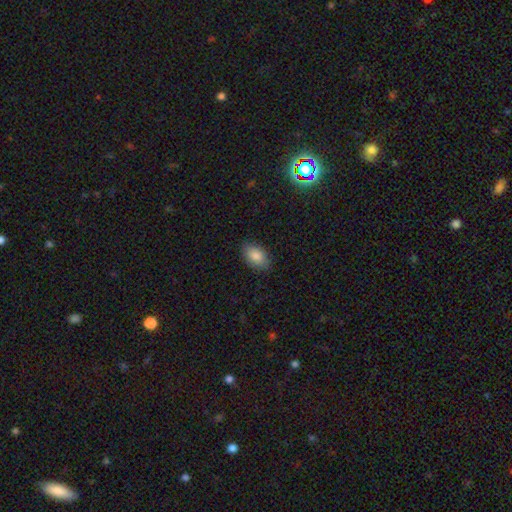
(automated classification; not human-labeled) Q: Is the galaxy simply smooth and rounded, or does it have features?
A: smooth — 86%.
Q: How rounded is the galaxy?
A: in between — 91%.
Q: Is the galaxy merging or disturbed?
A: none — 85%.